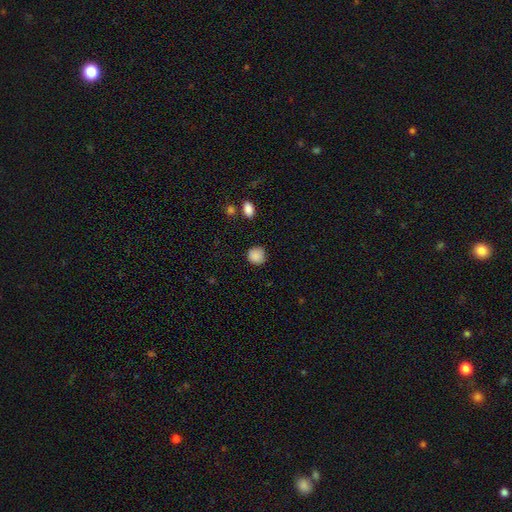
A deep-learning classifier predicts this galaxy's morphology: type=smooth (88%); roundness=round (90%); merging=none (85%).